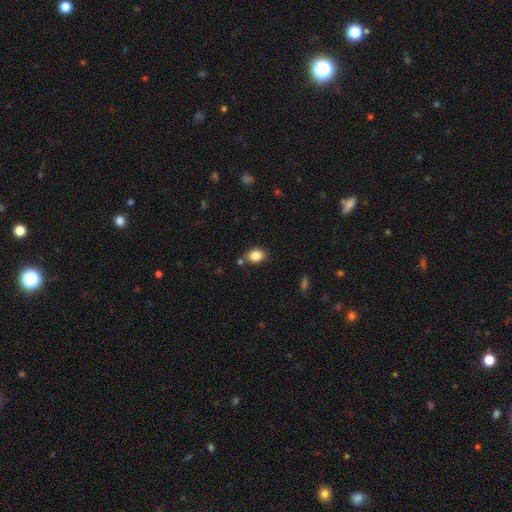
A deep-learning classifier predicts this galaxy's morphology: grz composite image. It shows a smooth galaxy with no disk features (84%) that is in between round and cigar-shaped (65%). Merging: none (76%).